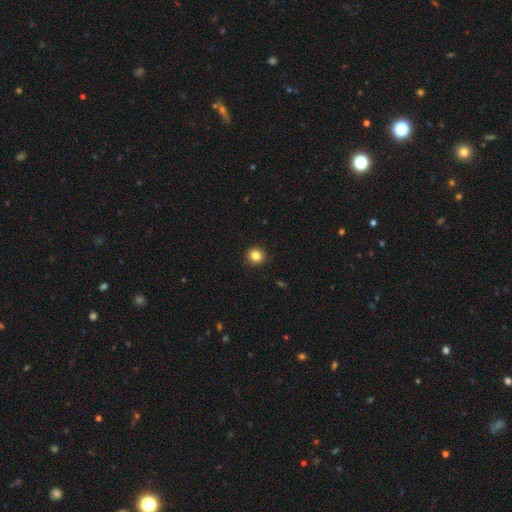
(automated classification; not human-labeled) This is clearly a smooth galaxy (84%). How rounded: clearly round (90%). Merging: clearly none (91%).